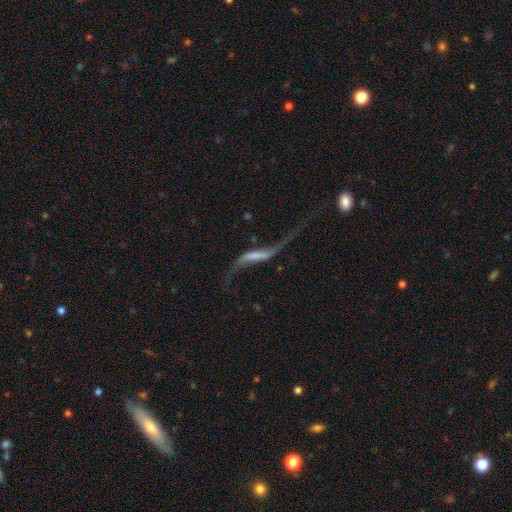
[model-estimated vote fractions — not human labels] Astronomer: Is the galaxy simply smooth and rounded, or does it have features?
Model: featured or disk — 81%.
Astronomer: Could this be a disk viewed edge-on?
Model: no — 82%.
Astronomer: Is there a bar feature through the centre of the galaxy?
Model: strong — 43% (runner-up: weak, 32%).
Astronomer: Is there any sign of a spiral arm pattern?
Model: yes — 90%.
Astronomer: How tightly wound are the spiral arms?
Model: loose — 96%.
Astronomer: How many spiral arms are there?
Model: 2 — 91%.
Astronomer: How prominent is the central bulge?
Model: none — 48% (runner-up: small, 27%).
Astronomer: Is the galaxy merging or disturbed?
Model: none — 48% (runner-up: major disturbance, 28%).